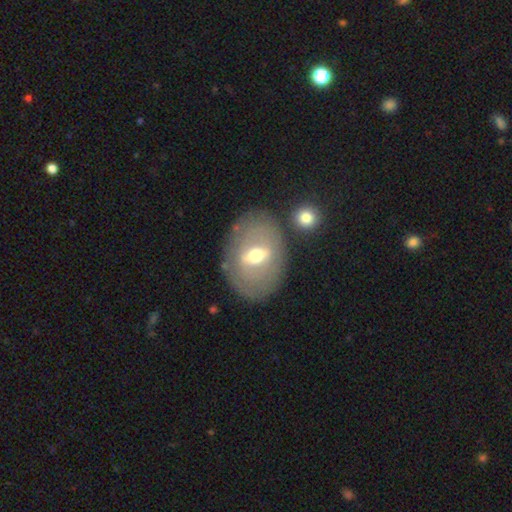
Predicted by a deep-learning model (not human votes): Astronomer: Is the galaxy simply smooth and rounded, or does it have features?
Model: featured or disk — 58% (runner-up: smooth, 36%).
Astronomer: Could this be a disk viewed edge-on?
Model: no — 89%.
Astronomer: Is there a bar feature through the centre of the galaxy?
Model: weak — 47% (runner-up: strong, 36%).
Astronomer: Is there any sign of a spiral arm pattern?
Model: no — 76%.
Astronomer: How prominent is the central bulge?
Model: moderate — 70%.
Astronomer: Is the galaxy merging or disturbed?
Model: none — 74%.